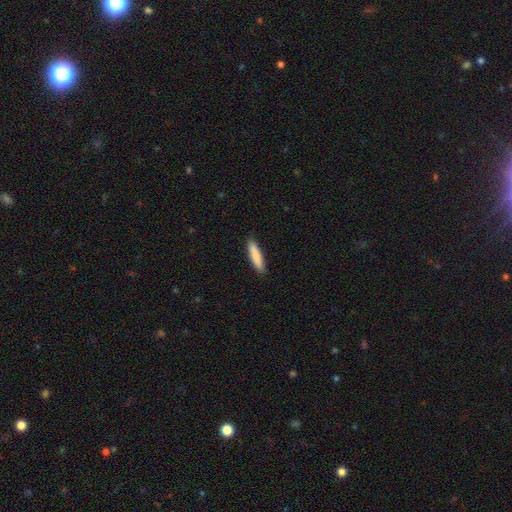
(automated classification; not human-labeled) Smooth or featured? smooth (85%)
How rounded? cigar-shaped (82%)
Merging? none (90%)